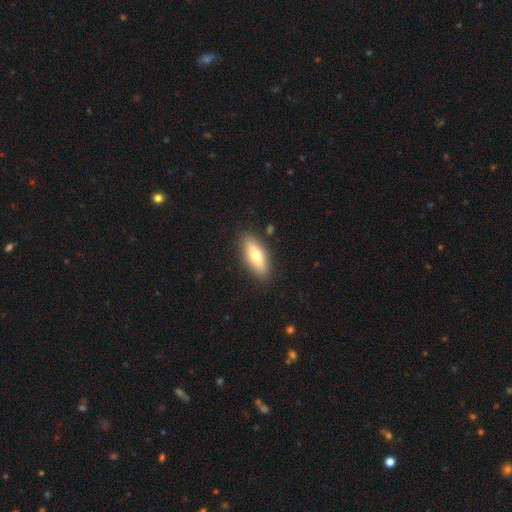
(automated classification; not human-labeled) Overall: smooth (64%; featured or disk 30%). How rounded: in between (58%; cigar-shaped 40%). Merging: none (87%).